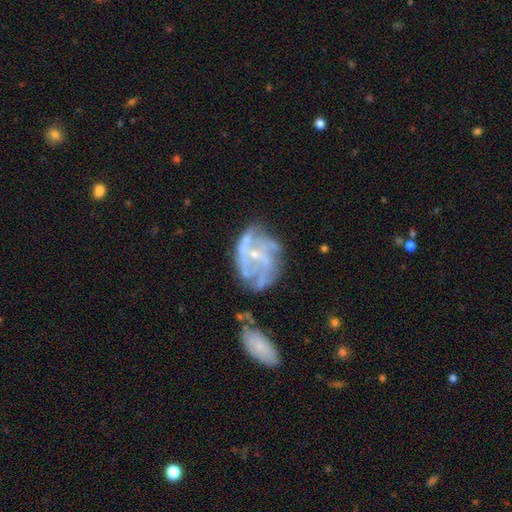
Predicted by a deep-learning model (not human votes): Smooth or featured: featured or disk — 82% (smooth — 10%)
Edge-on disk: no — 97% (yes — 3%)
Bar: no — 62% (weak — 30%)
Spiral arms: yes — 85% (no — 15%)
Spiral winding: medium — 42% (tight — 38%)
Spiral arm count: can't tell — 30% (3 — 26%)
Bulge size: small — 74% (moderate — 17%)
Merging: none — 50% (minor disturbance — 22%)